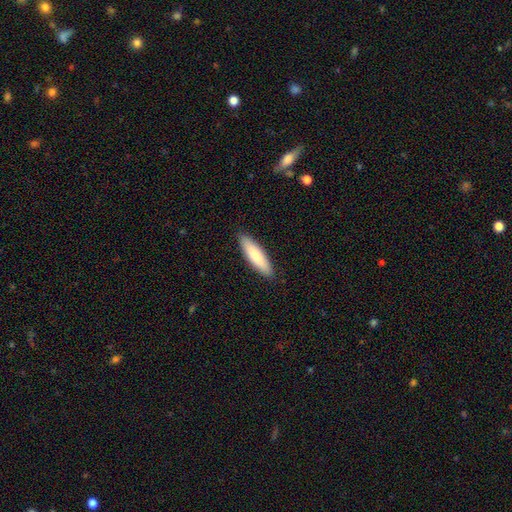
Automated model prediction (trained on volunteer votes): Smooth or featured? smooth (81%)
How rounded? cigar-shaped (64%)
Merging? none (89%)